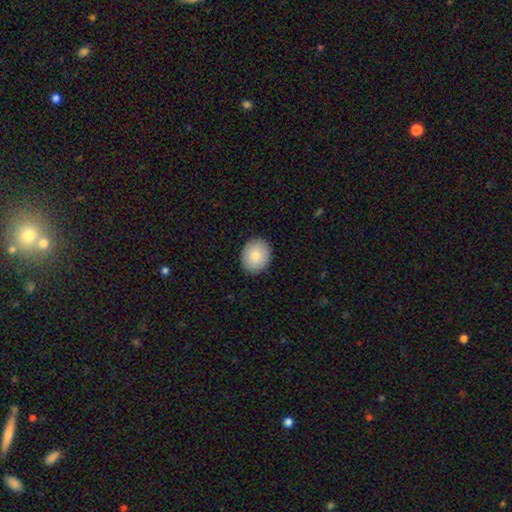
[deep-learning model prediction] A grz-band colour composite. It shows a smooth galaxy with no disk features (83%) that is round (68%). Merging: none (89%).